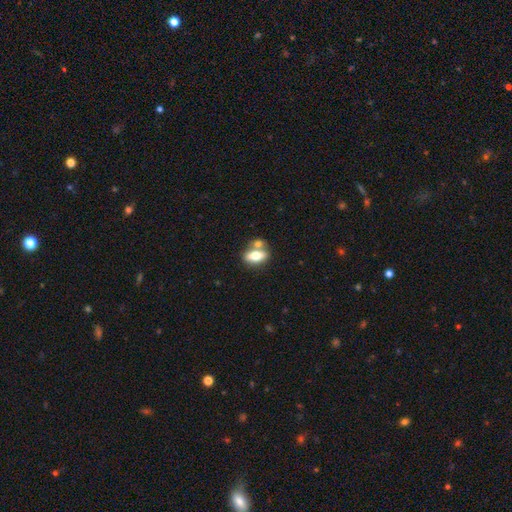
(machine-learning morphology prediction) This is likely a smooth galaxy (67%). How rounded: clearly in between (82%). Merging: possibly none (50%).